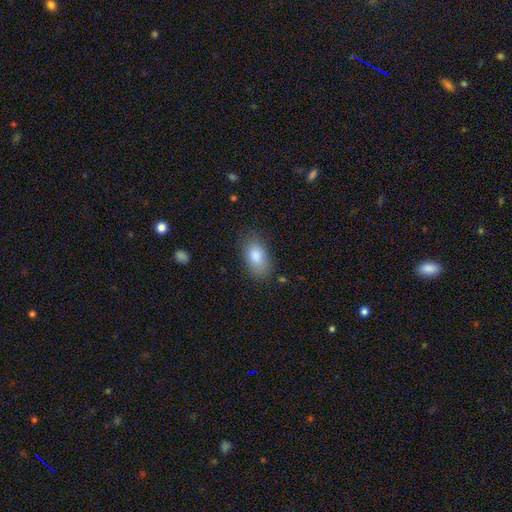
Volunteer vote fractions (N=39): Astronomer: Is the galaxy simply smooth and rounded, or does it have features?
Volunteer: smooth — 90%.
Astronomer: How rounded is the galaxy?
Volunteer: in between — 94%.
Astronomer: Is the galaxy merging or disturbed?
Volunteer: none — 92%.